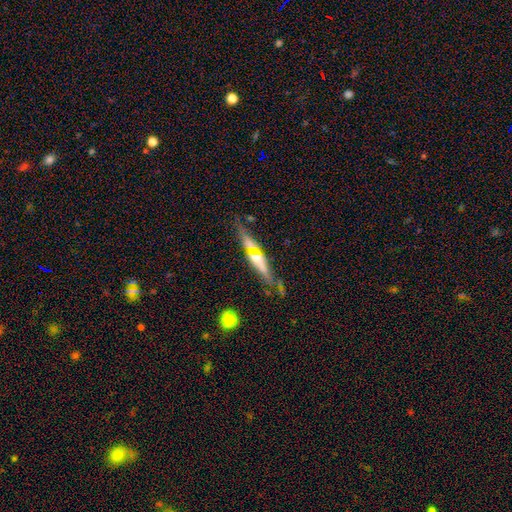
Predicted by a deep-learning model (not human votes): This is likely a featured or disk galaxy (62%). It is clearly viewed edge-on (88%). Edge-on bulge: likely rounded (78%). Merging: likely none (67%).